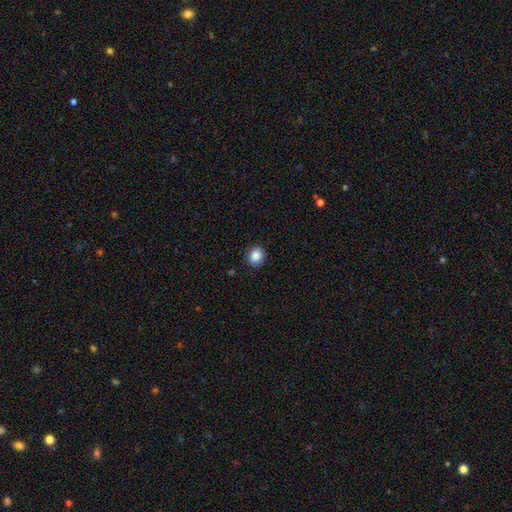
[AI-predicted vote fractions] Q: Smooth or featured?
A: smooth (87%); runner-up: star or artifact (9%)
Q: How rounded?
A: round (73%); runner-up: in between (26%)
Q: Merging?
A: none (88%); runner-up: minor disturbance (8%)